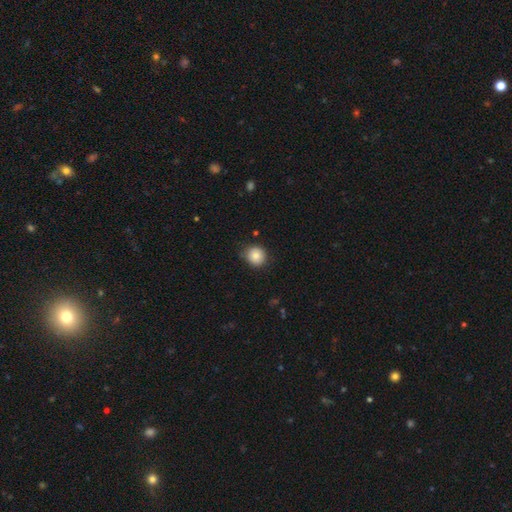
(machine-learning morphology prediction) Smooth or featured? Predicted: smooth (p=0.82). How rounded? Predicted: round (p=0.88). Merging? Predicted: none (p=0.82).